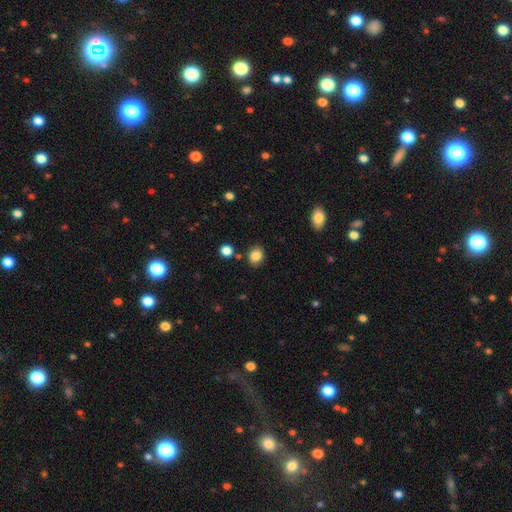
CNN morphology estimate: smooth_or_featured: smooth (p=0.85) [alt: star or artifact p=0.10]
how_rounded: round (p=0.54) [alt: in between p=0.45]
merging: none (p=0.81) [alt: minor disturbance p=0.11]